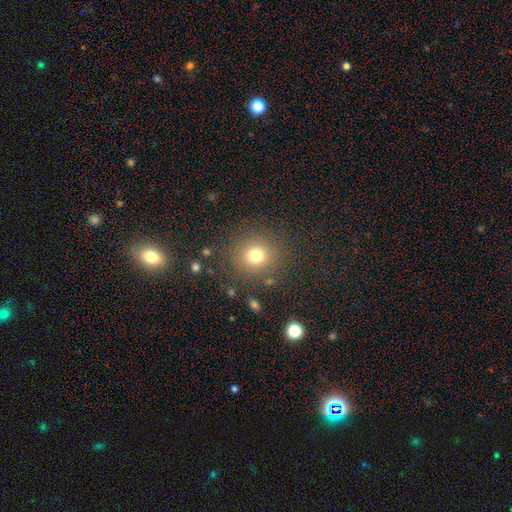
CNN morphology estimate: The model was most divided on "smooth or featured": smooth: 76%, star or artifact: 15%, featured or disk: 9%. More confident: how rounded — round (90%); merging — none (85%).